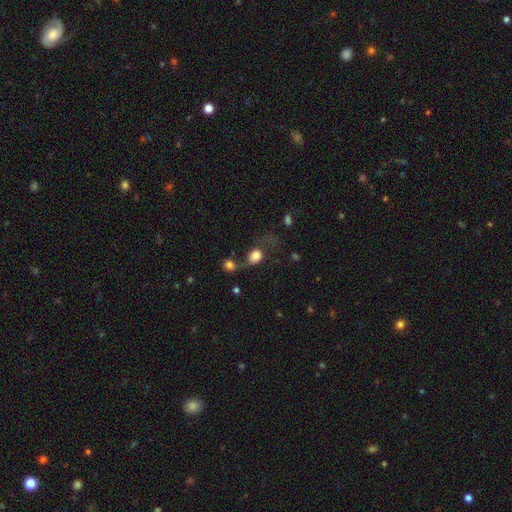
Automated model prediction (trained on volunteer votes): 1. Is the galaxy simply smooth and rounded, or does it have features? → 77% smooth, 12% featured or disk, 11% star or artifact.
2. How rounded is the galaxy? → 53% round, 45% in between, 2% cigar-shaped.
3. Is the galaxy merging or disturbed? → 31% merger, 27% none, 27% major disturbance, 16% minor disturbance.